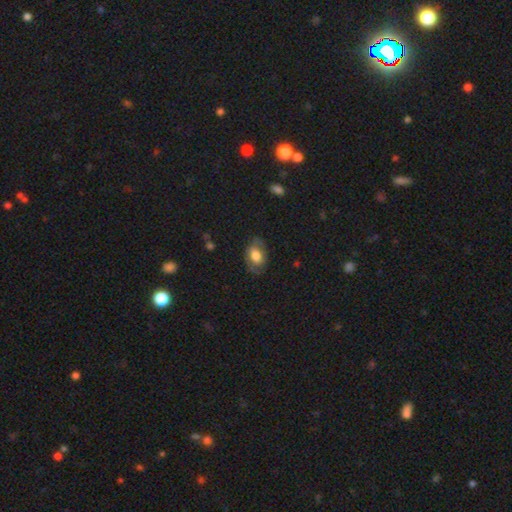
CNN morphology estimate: smooth 60%, featured or disk 33%, star or artifact 7%. Down the decision tree: how rounded — in between (85%); merging — none (73%).